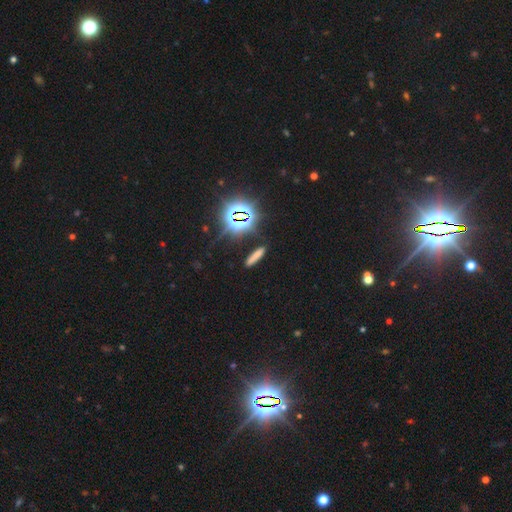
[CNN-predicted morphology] A smooth galaxy with no disk features (61%) that is cigar-shaped (81%).

Vote fractions:
- Smooth or featured? smooth: 61% / star or artifact: 29% / featured or disk: 10%
- How rounded? cigar-shaped: 81% / in between: 15% / round: 4%
- Merging? none: 84% / minor disturbance: 9% / merger: 3% / major disturbance: 3%